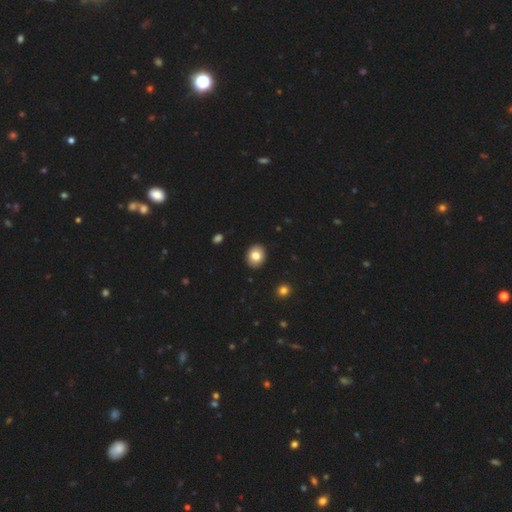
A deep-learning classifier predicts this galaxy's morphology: Smooth or featured? Predicted: smooth (p=0.82). How rounded? Predicted: round (p=0.59). Merging? Predicted: none (p=0.92).